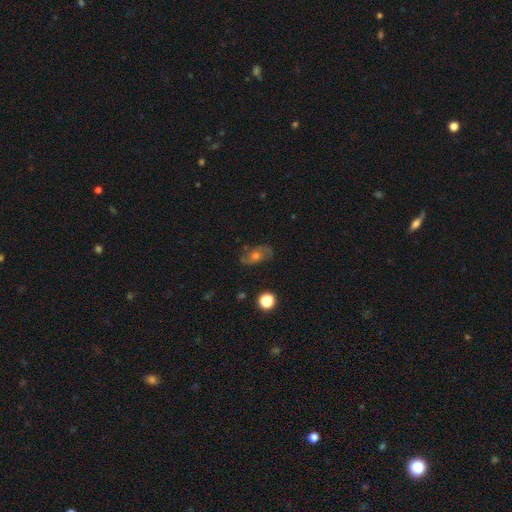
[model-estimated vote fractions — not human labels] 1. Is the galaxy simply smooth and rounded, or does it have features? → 58% featured or disk, 28% smooth, 14% star or artifact.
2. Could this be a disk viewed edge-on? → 92% no, 8% yes.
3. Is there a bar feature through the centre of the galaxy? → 75% no, 20% weak, 5% strong.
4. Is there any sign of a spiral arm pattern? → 80% yes, 20% no.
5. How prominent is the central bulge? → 63% moderate, 28% small, 6% large, 2% none, 1% dominant.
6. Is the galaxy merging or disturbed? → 76% none, 17% minor disturbance, 6% major disturbance, 2% merger.